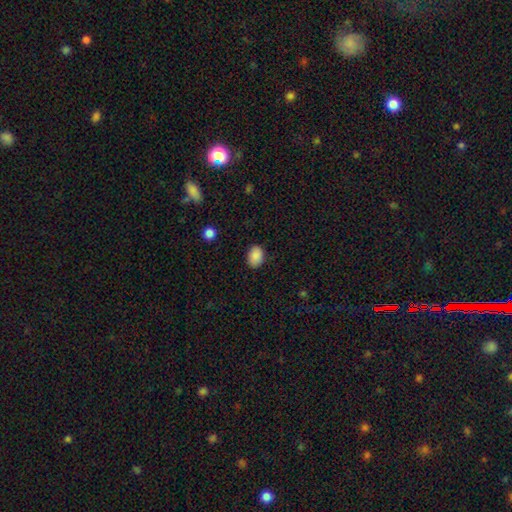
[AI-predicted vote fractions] Smooth or featured?
  - smooth: 89% *
  - star or artifact: 8%
  - featured or disk: 3%
How rounded?
  - in between: 77% *
  - round: 22%
  - cigar-shaped: 1%
Merging?
  - none: 85% *
  - minor disturbance: 11%
  - major disturbance: 3%
  - merger: 1%